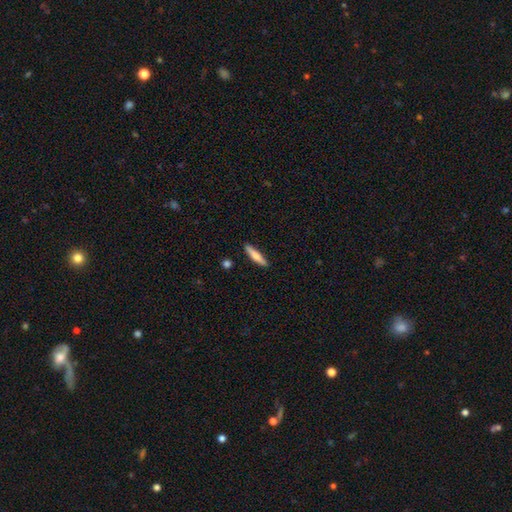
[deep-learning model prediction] Morphology: type=smooth (72%); roundness=cigar-shaped (85%); merging=none (88%).